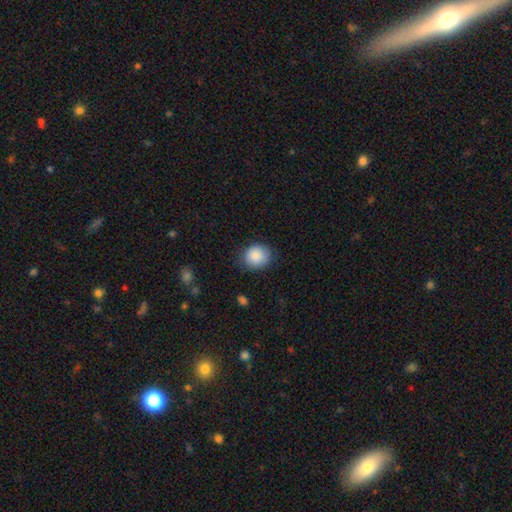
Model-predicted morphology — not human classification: A smooth galaxy with no disk features (88%) that is round (68%). Merging: none (79%).